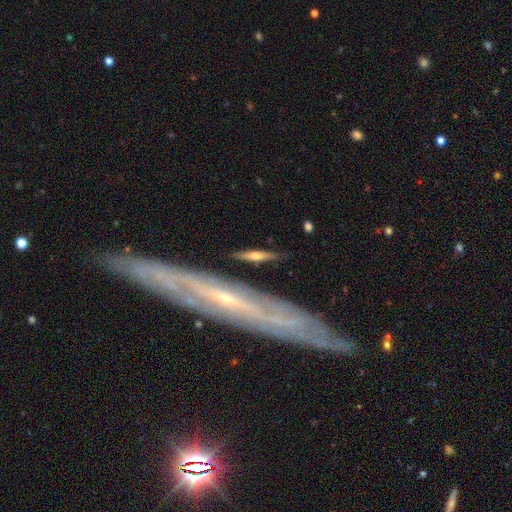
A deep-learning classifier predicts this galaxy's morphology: A featured or disk galaxy (53%) viewed edge-on (86%). Merging: none (82%).